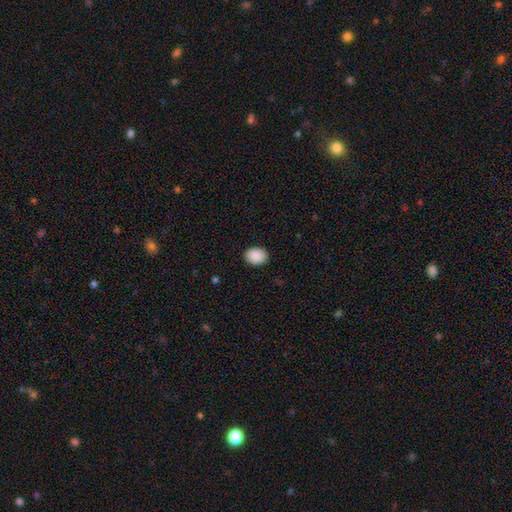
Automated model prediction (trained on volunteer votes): A smooth galaxy with no disk features (91%) that is in between round and cigar-shaped (68%). Merging: none (90%).